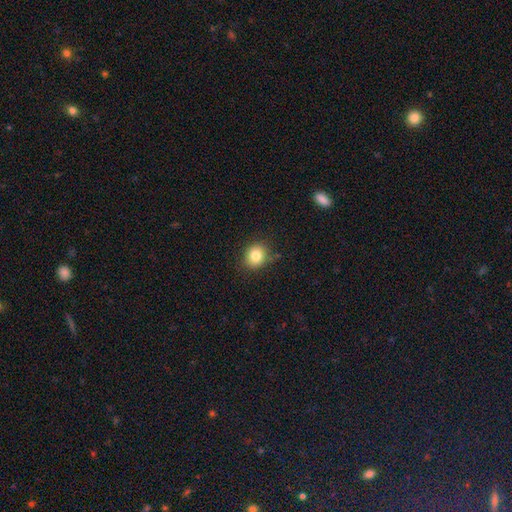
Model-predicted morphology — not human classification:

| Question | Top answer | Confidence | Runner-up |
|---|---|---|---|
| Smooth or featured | smooth | 83% | star or artifact (11%) |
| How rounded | round | 76% | in between (23%) |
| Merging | none | 82% | minor disturbance (13%) |